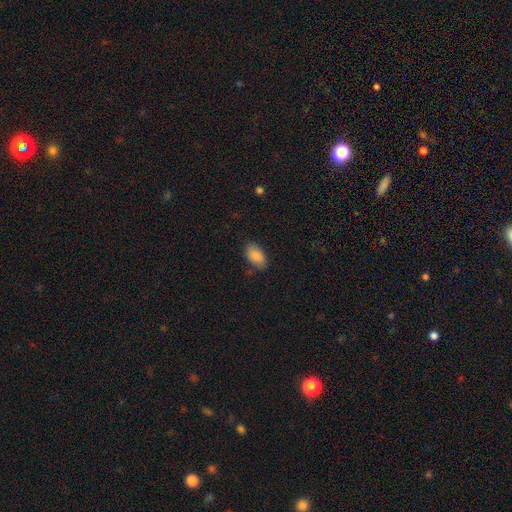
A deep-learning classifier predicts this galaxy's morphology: Overall: smooth (88%). How rounded: in between (93%). Merging: none (80%).